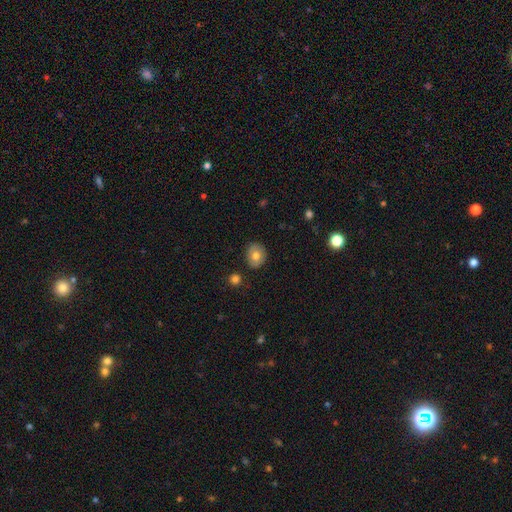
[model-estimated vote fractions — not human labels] smooth 75%, featured or disk 16%, star or artifact 9%. Down the decision tree: how rounded — round (62%); merging — none (84%).